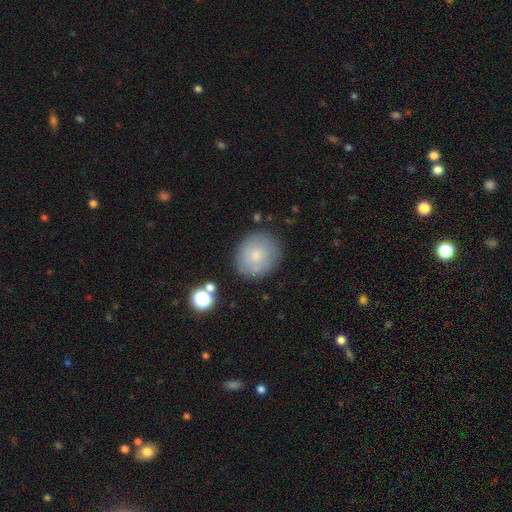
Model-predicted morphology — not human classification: smooth-or-featured: smooth: 75% | featured or disk: 15% | star or artifact: 9%
  how-rounded: round: 78% | in between: 21% | cigar-shaped: 1%
  merging: none: 82% | minor disturbance: 12% | major disturbance: 3% | merger: 3%